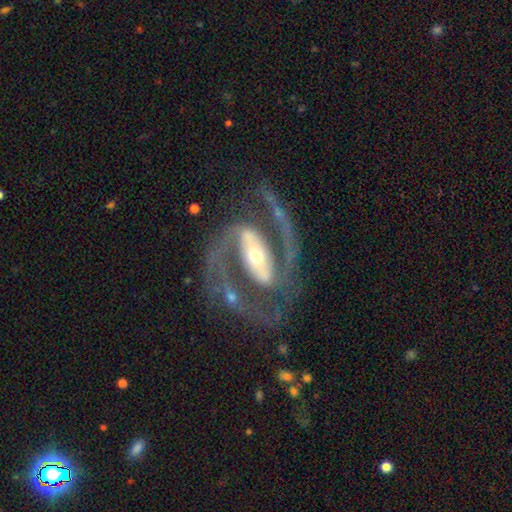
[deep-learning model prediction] smooth_or_featured: featured or disk (p=0.92) [alt: star or artifact p=0.04]
disk_edge_on: no (p=0.97) [alt: yes p=0.03]
bar: strong (p=0.64) [alt: weak p=0.22]
has_spiral_arms: yes (p=0.97) [alt: no p=0.03]
spiral_winding: medium (p=0.63) [alt: tight p=0.24]
spiral_arm_count: 2 (p=0.93) [alt: can't tell p=0.02]
bulge_size: moderate (p=0.51) [alt: small p=0.40]
merging: none (p=0.73) [alt: minor disturbance p=0.14]